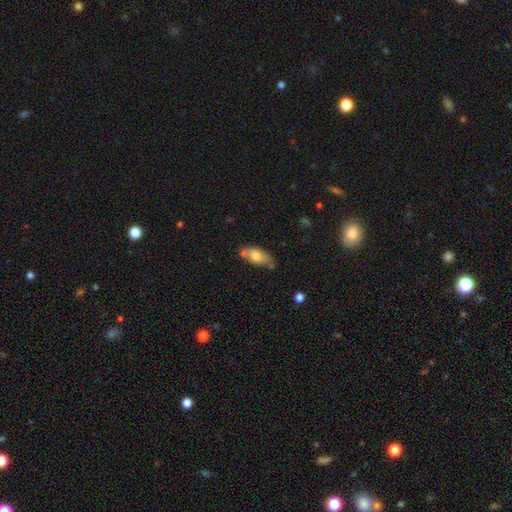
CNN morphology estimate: Smooth or featured? Predicted: smooth (p=0.71). How rounded? Predicted: in between (p=0.87). Merging? Predicted: none (p=0.60).